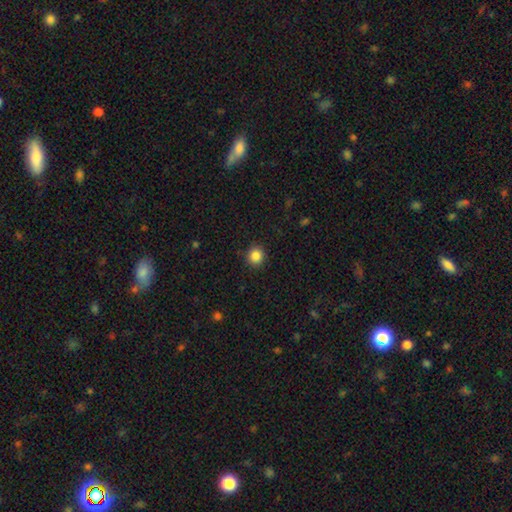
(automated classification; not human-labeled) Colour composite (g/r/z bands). It shows a smooth galaxy with no disk features (85%) that is round (89%). Merging: none (91%).